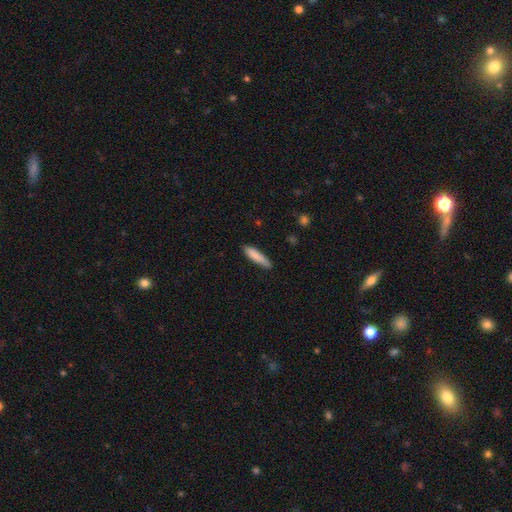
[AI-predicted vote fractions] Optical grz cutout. It shows a smooth galaxy with no disk features (85%) that is cigar-shaped (79%). Merging: none (80%).